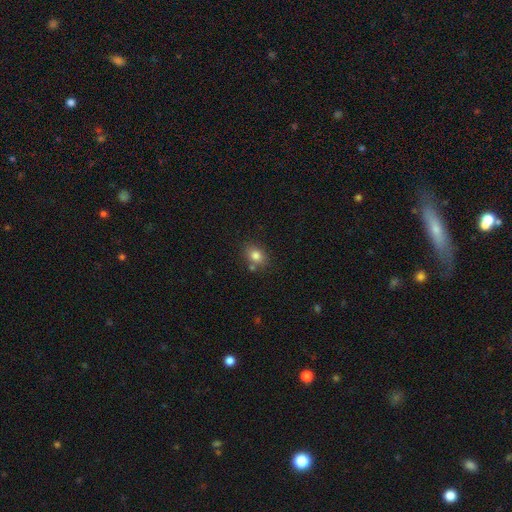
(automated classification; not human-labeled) Smooth or featured? smooth (80%)
How rounded? in between (57%)
Merging? none (72%)